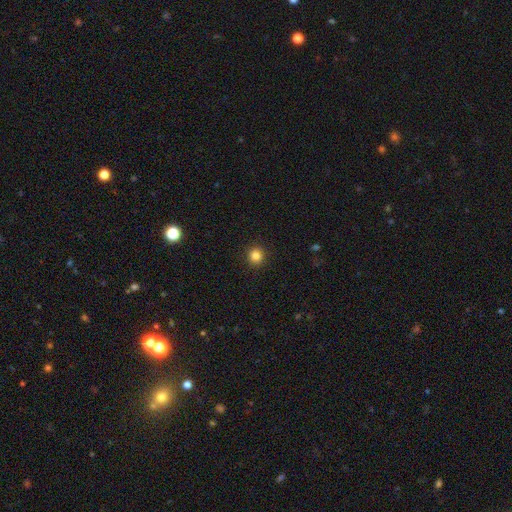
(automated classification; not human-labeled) A smooth galaxy with no disk features (84%) that is round (93%).

Vote fractions:
- Smooth or featured? smooth: 84% / star or artifact: 12% / featured or disk: 4%
- How rounded? round: 93% / in between: 6% / cigar-shaped: 1%
- Merging? none: 93% / minor disturbance: 5% / major disturbance: 2% / merger: 1%